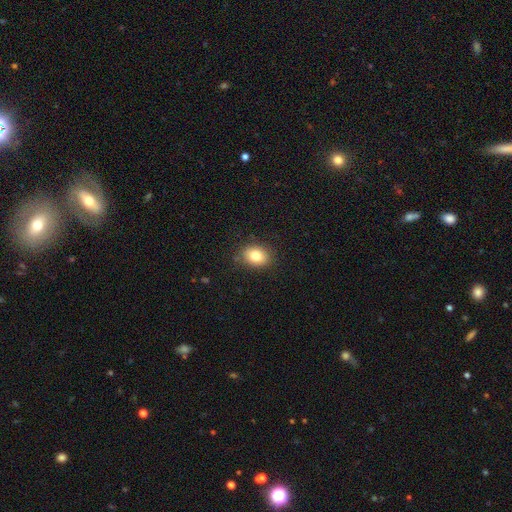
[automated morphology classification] smooth 80%, featured or disk 10%, star or artifact 10%. Down the decision tree: how rounded — in between (61%); merging — none (85%).